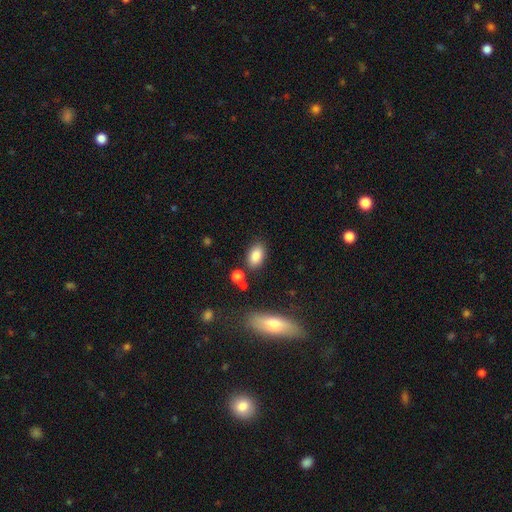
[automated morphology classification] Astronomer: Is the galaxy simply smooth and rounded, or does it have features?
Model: smooth — 86%.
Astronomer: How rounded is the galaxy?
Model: in between — 90%.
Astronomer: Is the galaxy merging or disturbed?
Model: none — 80%.